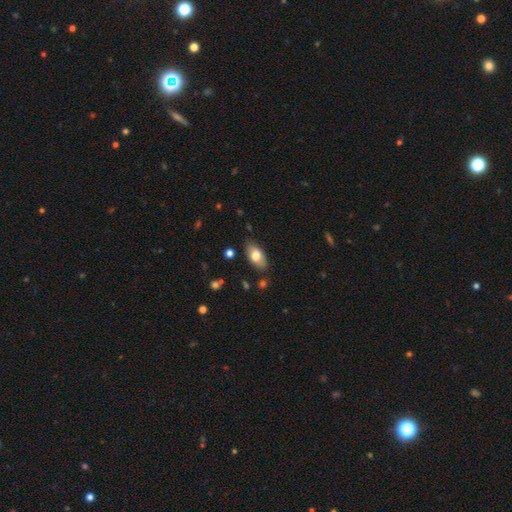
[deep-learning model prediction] A smooth galaxy with no disk features (73%) that is in between round and cigar-shaped (92%).

Vote fractions:
- Smooth or featured? smooth: 73% / featured or disk: 20% / star or artifact: 7%
- How rounded? in between: 92% / round: 4% / cigar-shaped: 4%
- Merging? none: 83% / minor disturbance: 12% / major disturbance: 2% / merger: 2%